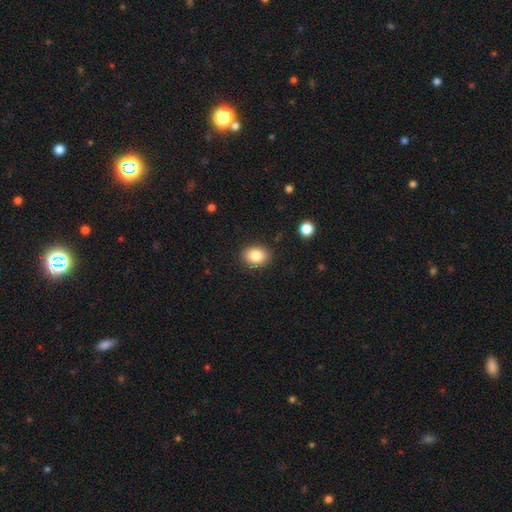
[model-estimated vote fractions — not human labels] The model was most divided on "how rounded": in between: 61%, round: 38%, cigar-shaped: 1%. More confident: merging — none (88%); smooth or featured — smooth (83%).